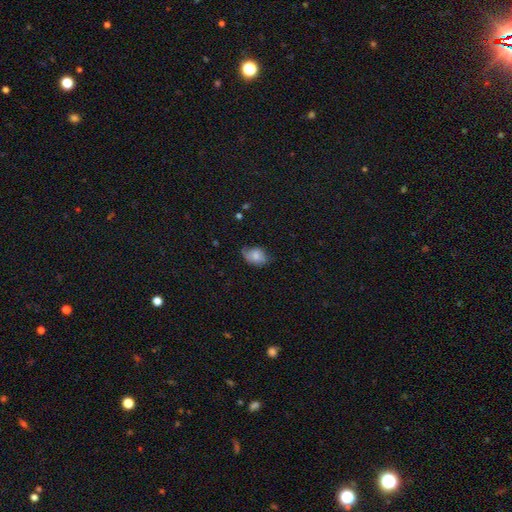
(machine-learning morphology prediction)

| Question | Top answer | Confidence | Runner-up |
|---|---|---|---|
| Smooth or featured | smooth | 75% | featured or disk (16%) |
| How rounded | in between | 81% | round (17%) |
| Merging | none | 57% | minor disturbance (34%) |